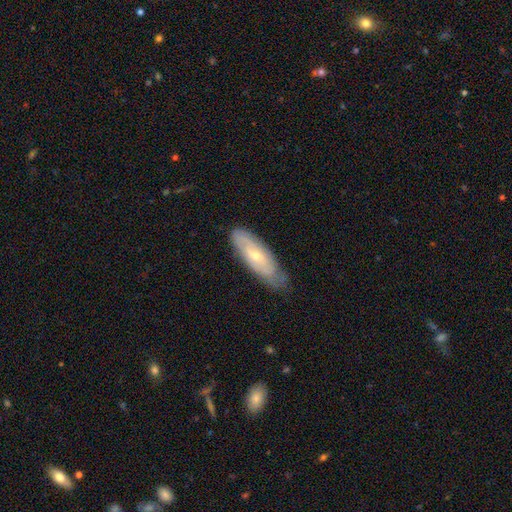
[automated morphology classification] This is possibly a featured or disk galaxy (52%). It is likely not viewed edge-on (75%). Merging: likely none (68%).